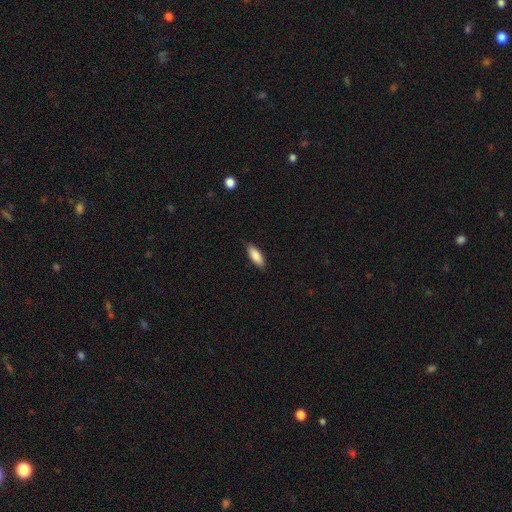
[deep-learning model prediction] Smooth or featured? smooth (86%)
How rounded? in between (74%)
Merging? none (85%)